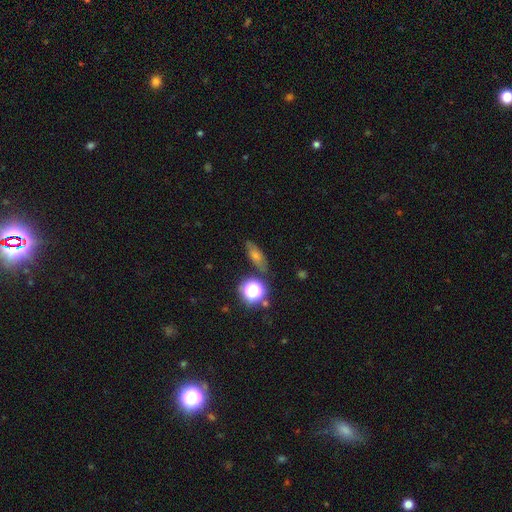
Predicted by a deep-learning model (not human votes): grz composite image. It shows a smooth galaxy with no disk features (40%). Merging: none (80%).